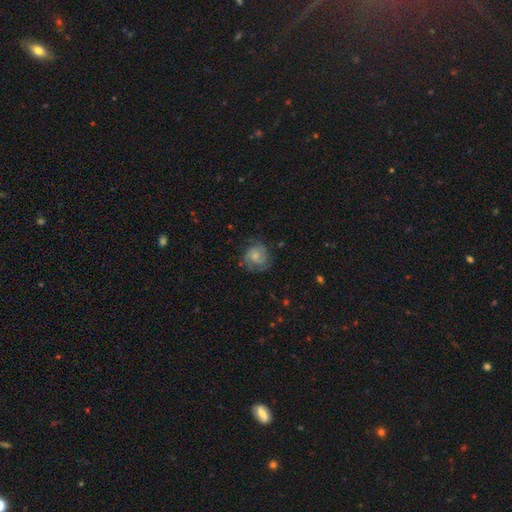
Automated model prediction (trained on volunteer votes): The model was most divided on "bulge size": small: 50%, moderate: 33%, none: 11%, large: 5%, dominant: 1%. More confident: edge-on disk — no (98%); spiral arms — yes (87%); bar — no (73%); merging — none (65%); smooth or featured — featured or disk (56%).